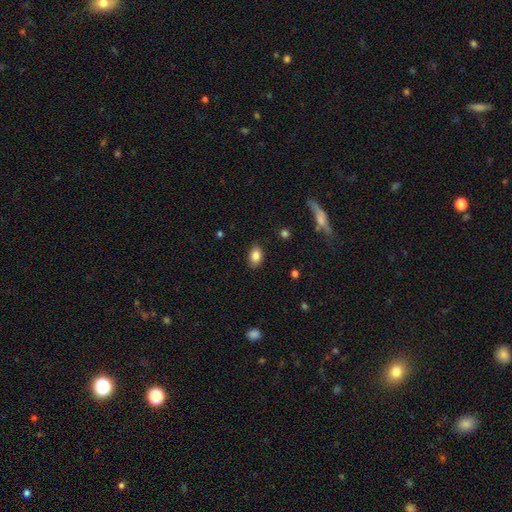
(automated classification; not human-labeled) Morphology: type=smooth (85%); roundness=in between (82%); merging=none (85%).